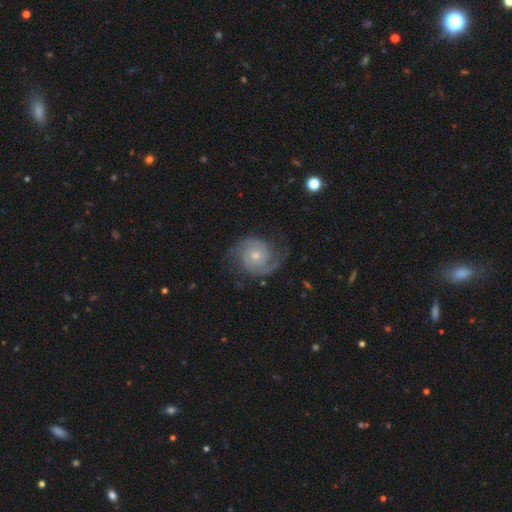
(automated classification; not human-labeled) The model was most divided on "bulge size": moderate: 49%, small: 45%, large: 3%, none: 2%, dominant: 1%. Remaining: edge-on disk — no (98%); spiral arms — yes (95%); spiral arm count — 2 (85%); smooth or featured — featured or disk (82%); bar — no (73%); merging — none (69%); spiral winding — medium (44%).